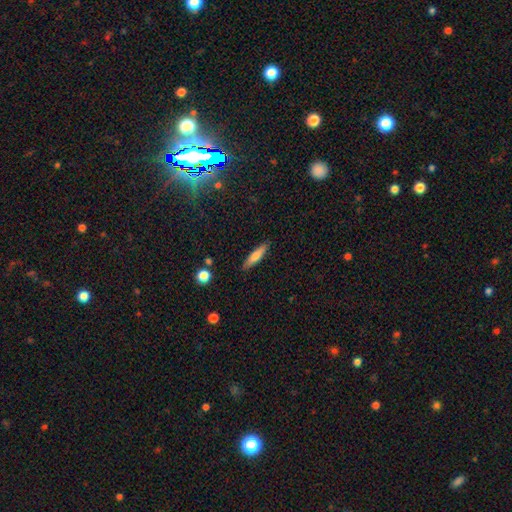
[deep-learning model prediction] Morphology: type=smooth (73%); roundness=cigar-shaped (83%); merging=none (88%).